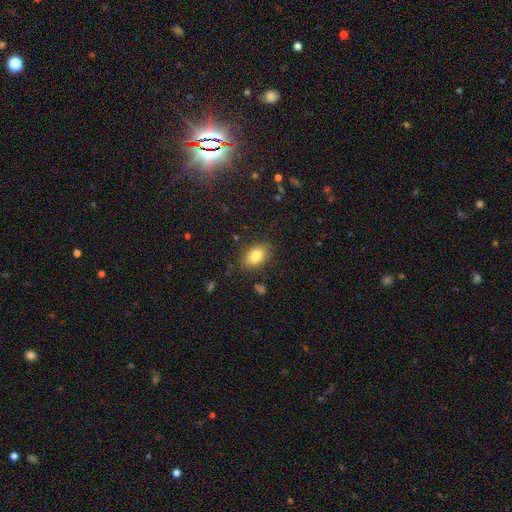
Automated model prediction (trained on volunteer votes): A smooth galaxy with no disk features (81%) that is in between round and cigar-shaped (87%).

Vote fractions:
- Smooth or featured? smooth: 81% / featured or disk: 10% / star or artifact: 9%
- How rounded? in between: 87% / round: 11% / cigar-shaped: 2%
- Merging? none: 83% / minor disturbance: 12% / major disturbance: 3% / merger: 2%